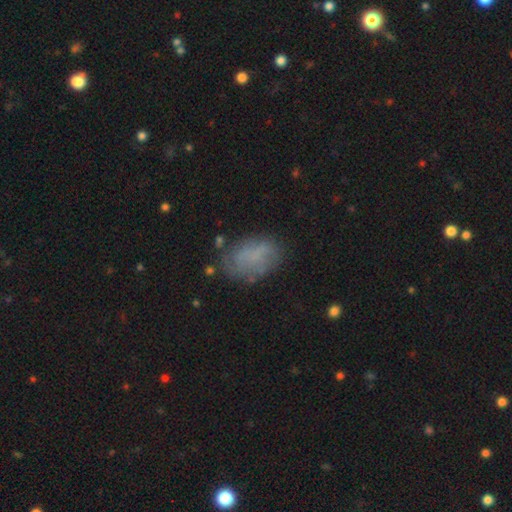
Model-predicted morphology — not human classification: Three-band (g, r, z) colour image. It shows a smooth galaxy with no disk features (63%) that is in between round and cigar-shaped (88%). Merging: none (59%).